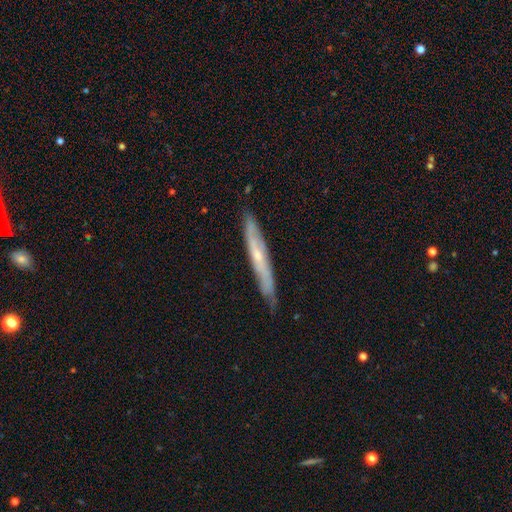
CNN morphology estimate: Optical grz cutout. It shows a featured or disk galaxy (59%) viewed edge-on (87%) with a rounded central bulge (56%). Merging: none (87%).